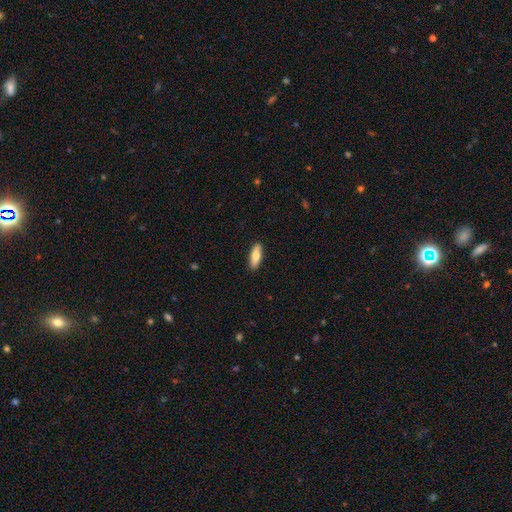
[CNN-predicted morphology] This is likely a smooth galaxy (72%). How rounded: possibly in between (55%). Merging: clearly none (90%).